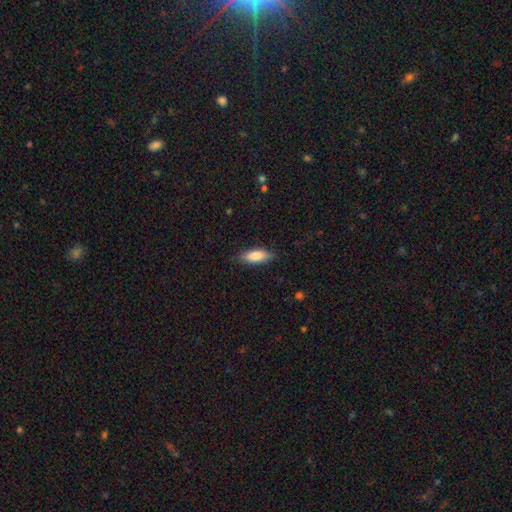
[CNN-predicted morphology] Overall: smooth (84%). How rounded: in between (72%). Merging: none (82%).